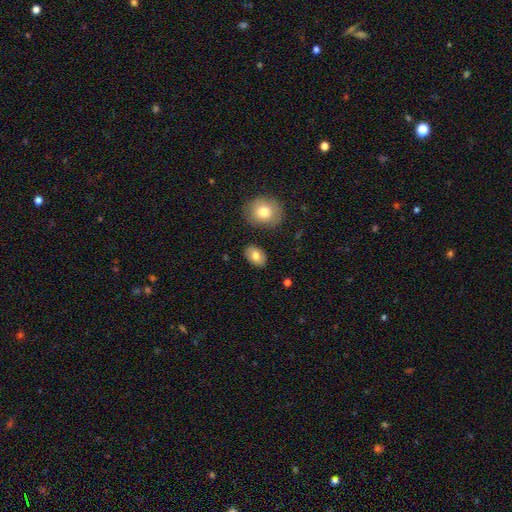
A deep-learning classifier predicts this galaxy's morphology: Smooth or featured: smooth — 77% (featured or disk — 16%)
How rounded: in between — 85% (round — 14%)
Merging: none — 85% (minor disturbance — 9%)